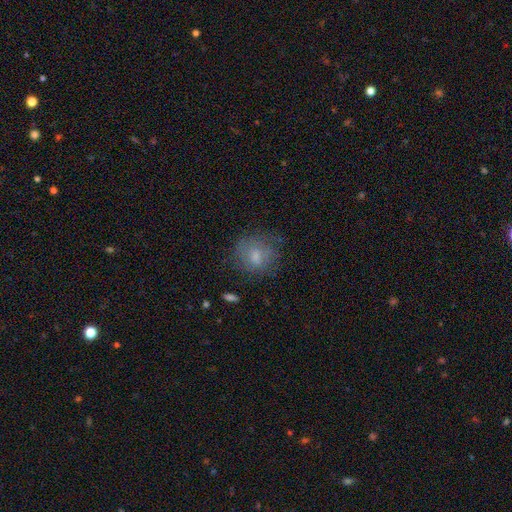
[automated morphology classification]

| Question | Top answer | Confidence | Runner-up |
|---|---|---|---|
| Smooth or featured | smooth | 69% | featured or disk (21%) |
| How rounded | round | 73% | in between (26%) |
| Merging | none | 65% | minor disturbance (21%) |